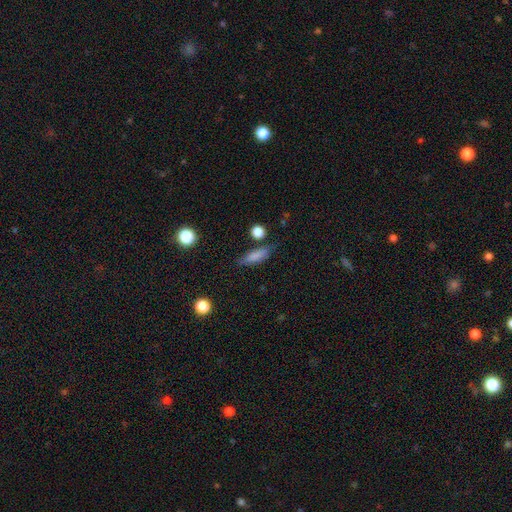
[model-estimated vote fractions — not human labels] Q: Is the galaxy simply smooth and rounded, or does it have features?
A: smooth — 80%.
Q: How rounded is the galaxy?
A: cigar-shaped — 53%.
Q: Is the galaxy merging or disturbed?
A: none — 77%.